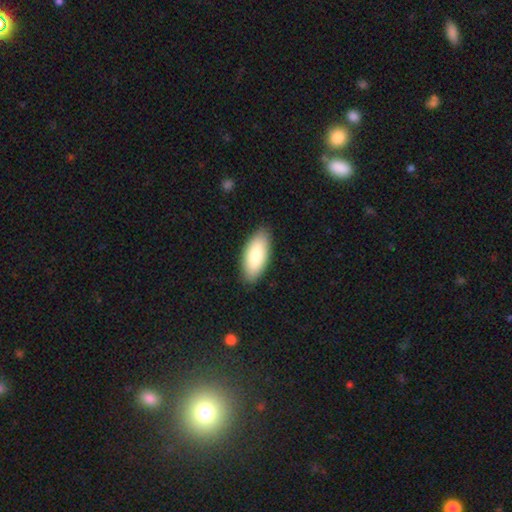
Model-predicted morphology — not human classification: Overall: smooth (79%). How rounded: in between (87%). Merging: none (88%).